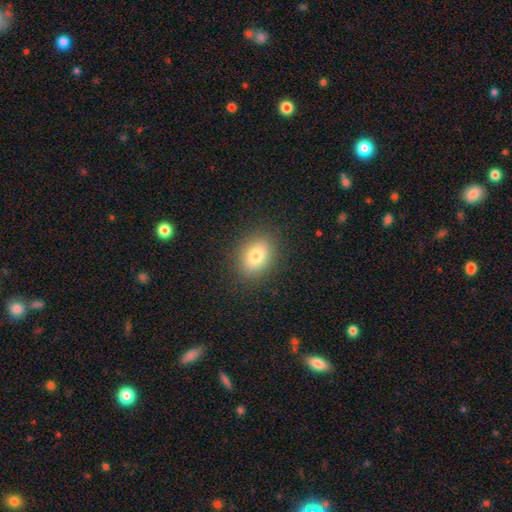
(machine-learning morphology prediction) Q: Smooth or featured?
A: smooth (77%); runner-up: featured or disk (12%)
Q: How rounded?
A: in between (66%); runner-up: round (32%)
Q: Merging?
A: none (87%); runner-up: minor disturbance (9%)